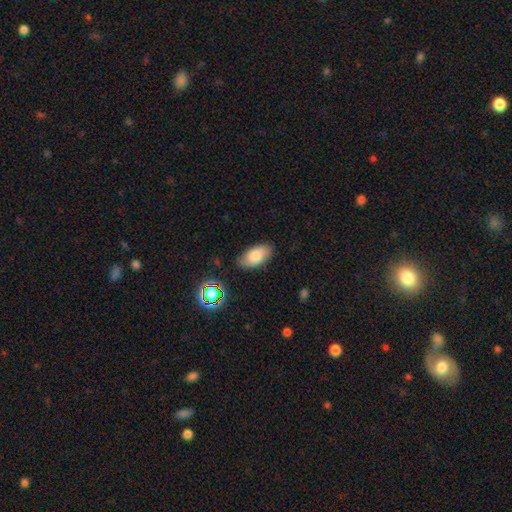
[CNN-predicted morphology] Smooth or featured? Predicted: smooth (p=0.80). How rounded? Predicted: in between (p=0.93). Merging? Predicted: none (p=0.81).